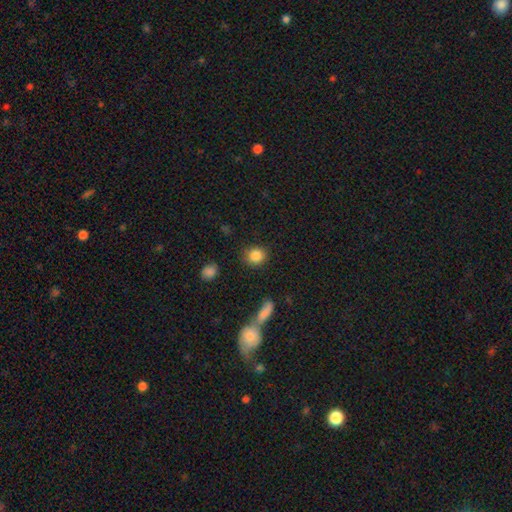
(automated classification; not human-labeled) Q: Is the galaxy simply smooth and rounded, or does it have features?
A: smooth — 86%.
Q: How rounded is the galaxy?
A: round — 80%.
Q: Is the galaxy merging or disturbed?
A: none — 85%.